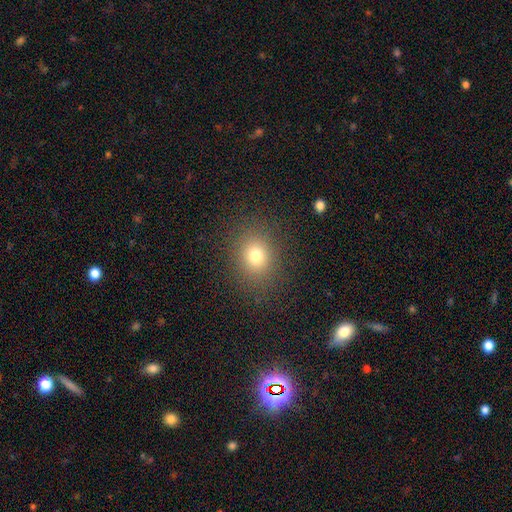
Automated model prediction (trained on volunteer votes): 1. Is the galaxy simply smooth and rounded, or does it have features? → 76% smooth, 15% star or artifact, 9% featured or disk.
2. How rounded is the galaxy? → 55% round, 44% in between, 1% cigar-shaped.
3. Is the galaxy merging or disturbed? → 86% none, 8% minor disturbance, 4% major disturbance, 1% merger.